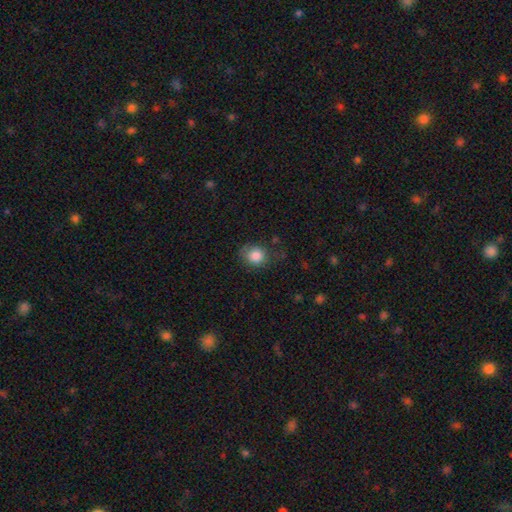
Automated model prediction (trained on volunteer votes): Q: Smooth or featured?
A: smooth (84%); runner-up: star or artifact (9%)
Q: How rounded?
A: round (73%); runner-up: in between (26%)
Q: Merging?
A: none (68%); runner-up: minor disturbance (22%)